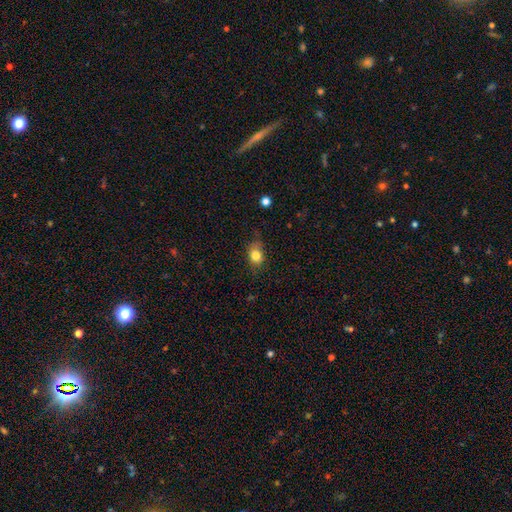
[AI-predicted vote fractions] The model was most divided on "how rounded": in between: 55%, round: 43%, cigar-shaped: 2%. More confident: smooth or featured — smooth (81%); merging — none (68%).